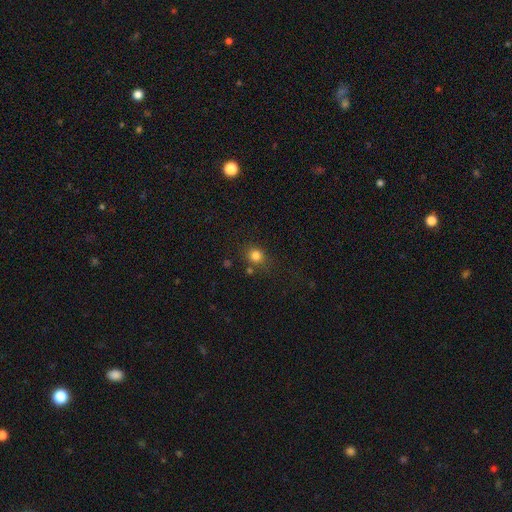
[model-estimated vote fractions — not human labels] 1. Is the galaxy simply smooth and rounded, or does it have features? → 80% smooth, 14% star or artifact, 6% featured or disk.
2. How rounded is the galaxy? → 83% round, 16% in between, 1% cigar-shaped.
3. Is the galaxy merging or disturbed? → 75% none, 13% minor disturbance, 7% merger, 5% major disturbance.